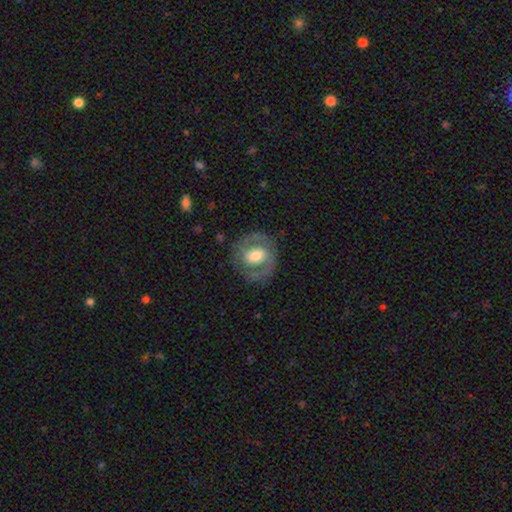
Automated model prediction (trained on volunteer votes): A featured or disk galaxy (62%) with no bar (47%), spiral arms (57%) and a moderate central bulge (61%).

Vote fractions:
- Smooth or featured? featured or disk: 62% / smooth: 32% / star or artifact: 6%
- Edge-on disk? no: 96% / yes: 4%
- Bar? no: 47% / weak: 37% / strong: 17%
- Spiral arms? yes: 57% / no: 43%
- Bulge size? moderate: 61% / large: 23% / small: 12% / dominant: 2% / none: 1%
- Merging? none: 77% / minor disturbance: 13% / major disturbance: 8% / merger: 1%